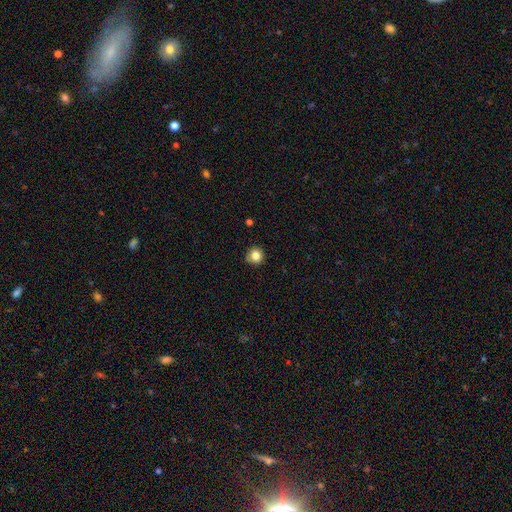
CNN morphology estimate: smooth-or-featured: smooth: 83% | star or artifact: 11% | featured or disk: 6%
  how-rounded: round: 94% | in between: 5% | cigar-shaped: 1%
  merging: none: 86% | minor disturbance: 11% | major disturbance: 2% | merger: 1%